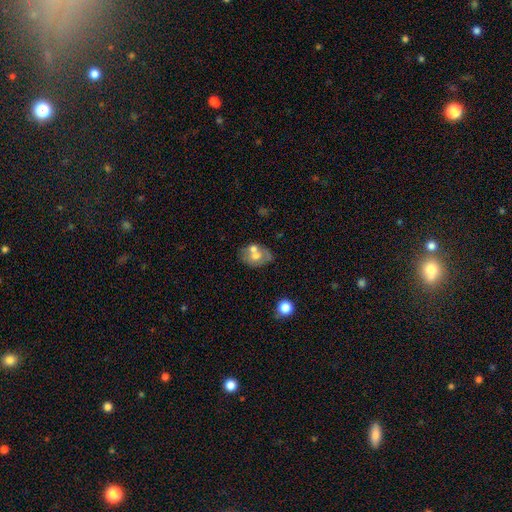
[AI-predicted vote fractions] Q: Smooth or featured?
A: smooth (49%); runner-up: featured or disk (43%)
Q: Merging?
A: none (40%); runner-up: merger (36%)